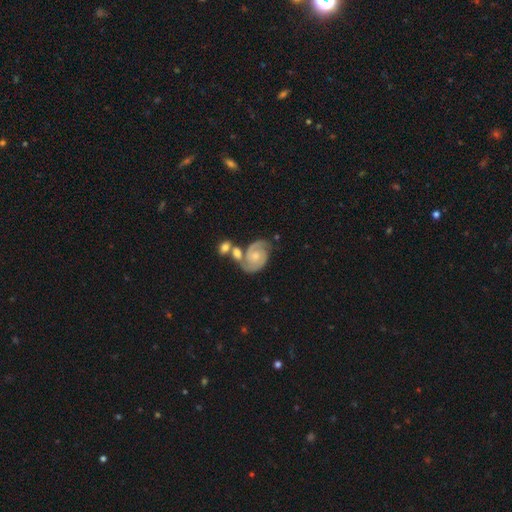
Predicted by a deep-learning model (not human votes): featured or disk 86%, smooth 9%, star or artifact 5%. Down the decision tree: edge-on disk — no (98%); bar — no (70%); spiral arms — yes (97%); spiral arm count — 2 (89%); spiral winding — tight (49%); bulge size — small (55%); merging — none (52%).